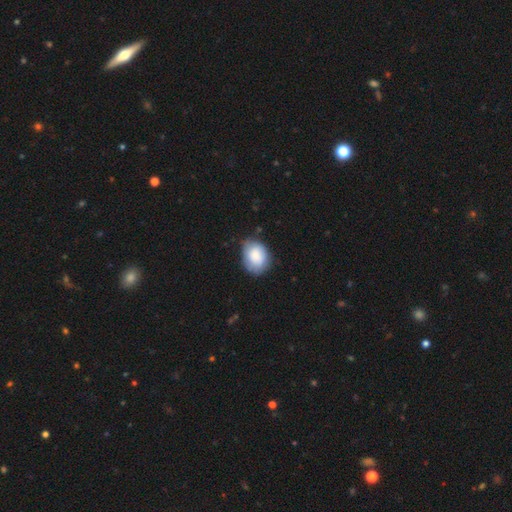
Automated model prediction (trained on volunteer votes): Smooth or featured? smooth (81%)
How rounded? in between (61%)
Merging? none (67%)